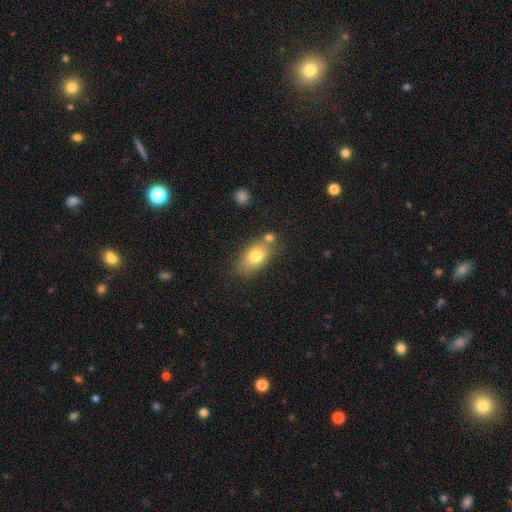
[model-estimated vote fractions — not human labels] Morphology: type=smooth (75%); roundness=in between (86%); merging=none (63%).